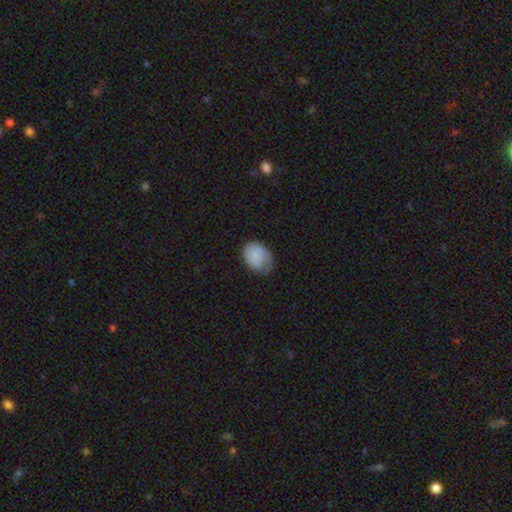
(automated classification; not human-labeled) Smooth or featured: smooth — 78% (featured or disk — 15%)
How rounded: in between — 66% (round — 33%)
Merging: none — 46% (minor disturbance — 36%)